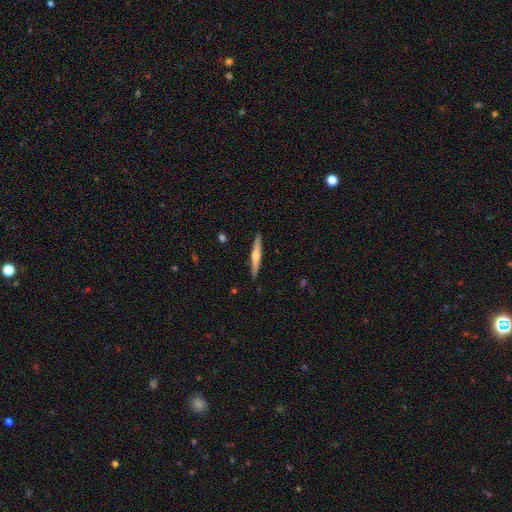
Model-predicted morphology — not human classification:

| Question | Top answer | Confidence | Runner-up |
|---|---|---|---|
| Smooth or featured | featured or disk | 60% | smooth (34%) |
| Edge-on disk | yes | 97% | no (3%) |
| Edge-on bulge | rounded | 88% | none (8%) |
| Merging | none | 91% | minor disturbance (7%) |